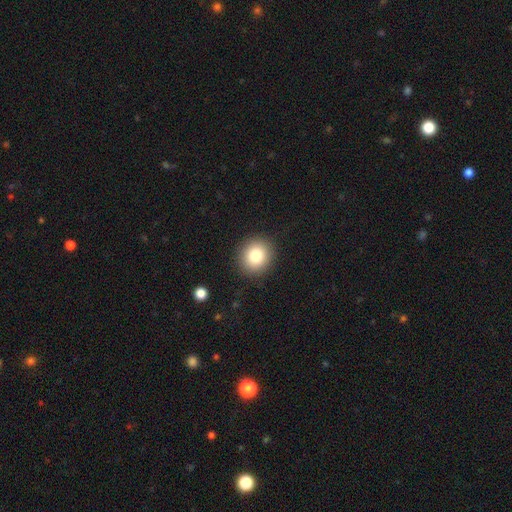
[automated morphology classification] This appears to be a smooth galaxy with no disk features (82%) that is round (81%). Merging: none (90%).